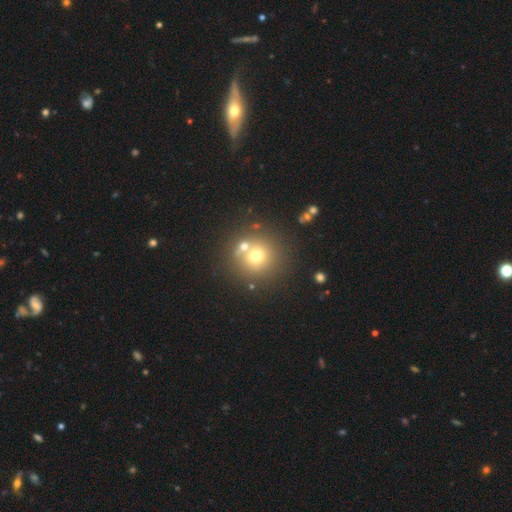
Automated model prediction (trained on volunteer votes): Smooth or featured? Predicted: smooth (p=0.66). How rounded? Predicted: round (p=0.92). Merging? Predicted: none (p=0.62).